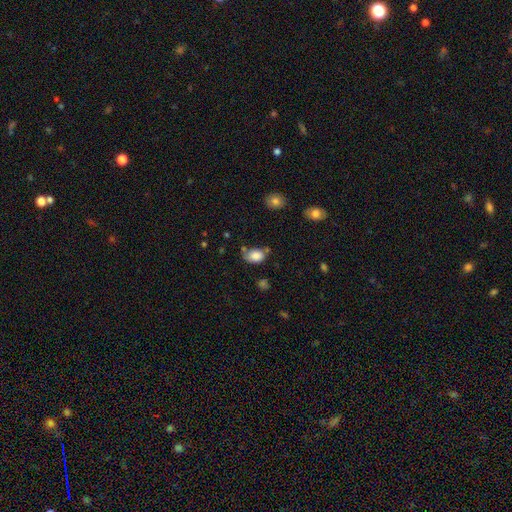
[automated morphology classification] Overall: smooth (83%). How rounded: in between (77%). Merging: none (52%; minor disturbance 30%).